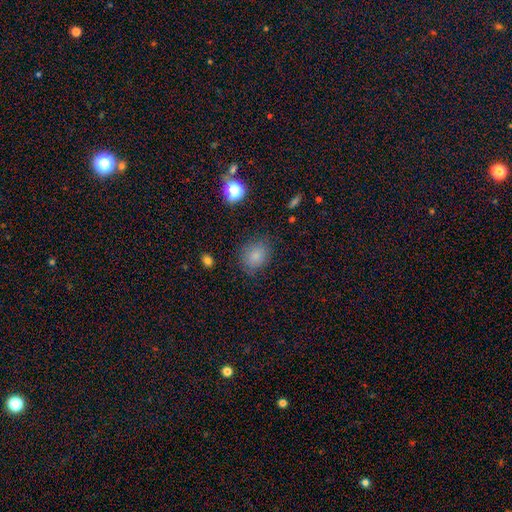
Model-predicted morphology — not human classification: type=smooth (82%); roundness=round (59%); merging=none (79%).